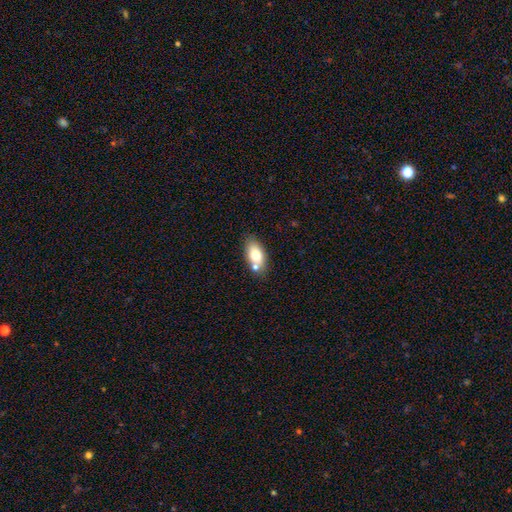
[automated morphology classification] smooth 72%, featured or disk 20%, star or artifact 8%. Down the decision tree: how rounded — in between (88%); merging — none (63%).